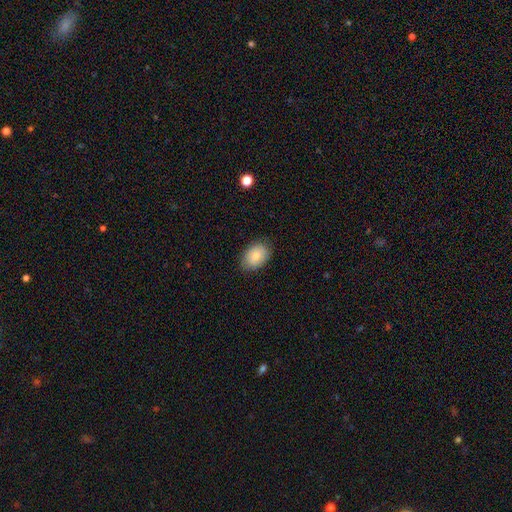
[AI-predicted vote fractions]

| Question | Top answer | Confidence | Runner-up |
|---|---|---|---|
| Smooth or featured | smooth | 81% | featured or disk (11%) |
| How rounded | in between | 83% | round (16%) |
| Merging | none | 84% | minor disturbance (13%) |